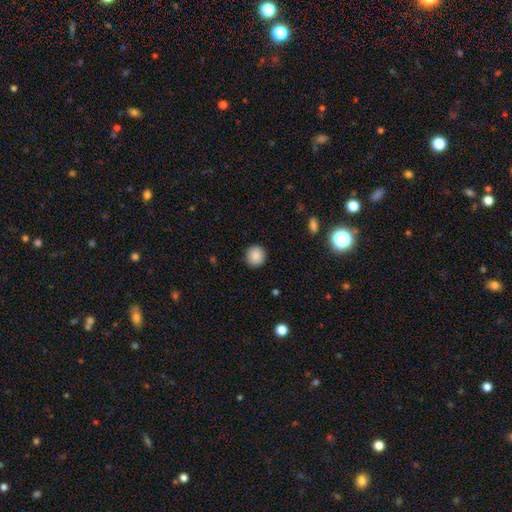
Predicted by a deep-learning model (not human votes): smooth-or-featured: smooth: 87% | star or artifact: 9% | featured or disk: 4%
  how-rounded: round: 92% | in between: 7% | cigar-shaped: 1%
  merging: none: 91% | minor disturbance: 6% | major disturbance: 2% | merger: 1%